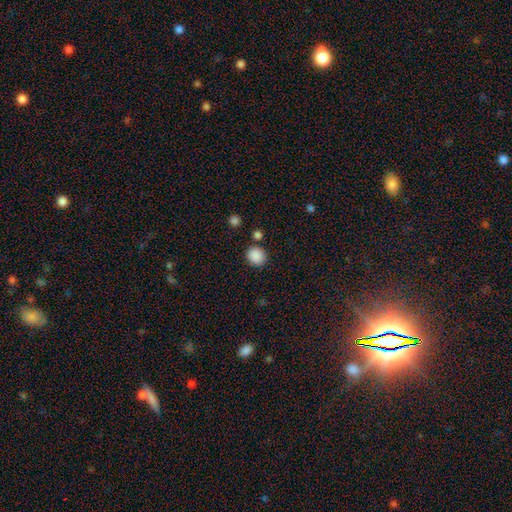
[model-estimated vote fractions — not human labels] Smooth or featured?
  - smooth: 88% *
  - star or artifact: 9%
  - featured or disk: 3%
How rounded?
  - round: 84% *
  - in between: 15%
  - cigar-shaped: 1%
Merging?
  - none: 83% *
  - minor disturbance: 8%
  - merger: 6%
  - major disturbance: 3%